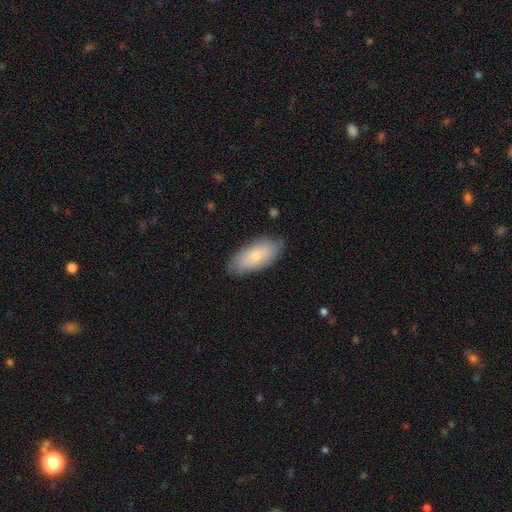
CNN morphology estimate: smooth_or_featured: smooth (p=0.74) [alt: featured or disk p=0.20]
how_rounded: in between (p=0.89) [alt: cigar-shaped p=0.09]
merging: none (p=0.84) [alt: minor disturbance p=0.13]